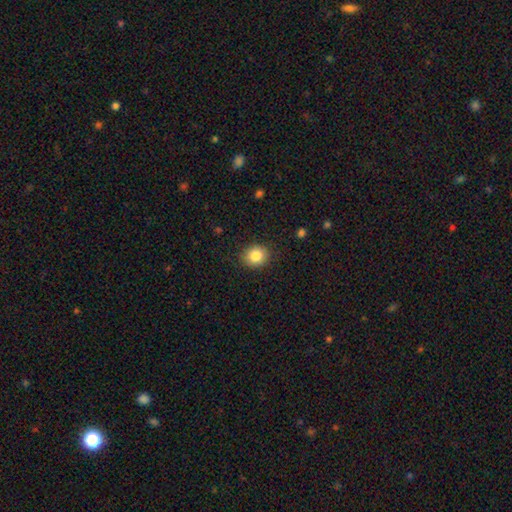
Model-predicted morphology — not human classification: smooth-or-featured: smooth: 85% | star or artifact: 9% | featured or disk: 6%
  how-rounded: round: 72% | in between: 27% | cigar-shaped: 1%
  merging: none: 87% | minor disturbance: 9% | major disturbance: 2% | merger: 1%